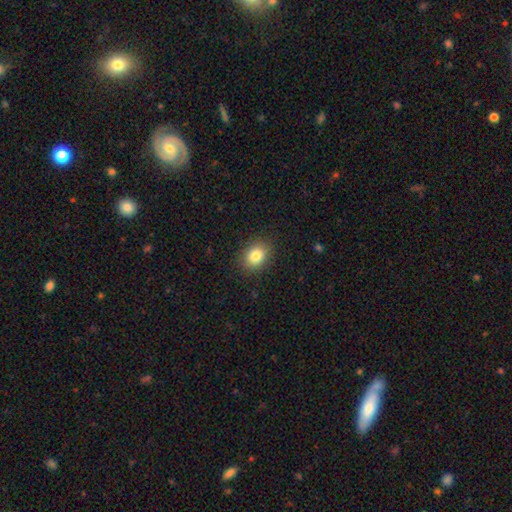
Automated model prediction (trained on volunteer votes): Smooth or featured: smooth — 83% (star or artifact — 9%)
How rounded: in between — 57% (round — 42%)
Merging: none — 88% (minor disturbance — 9%)